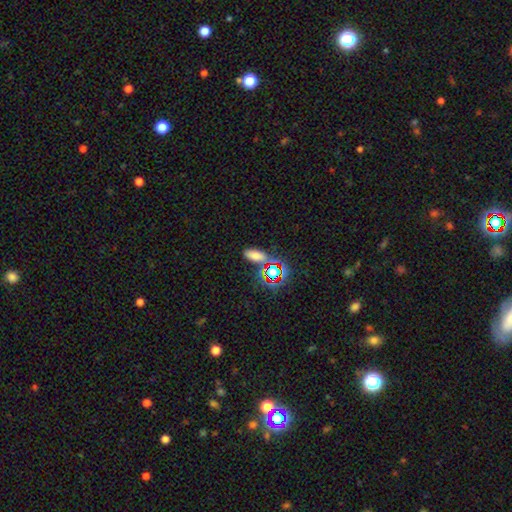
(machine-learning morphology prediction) smooth 65%, star or artifact 26%, featured or disk 9%. Down the decision tree: how rounded — in between (79%); merging — none (72%).